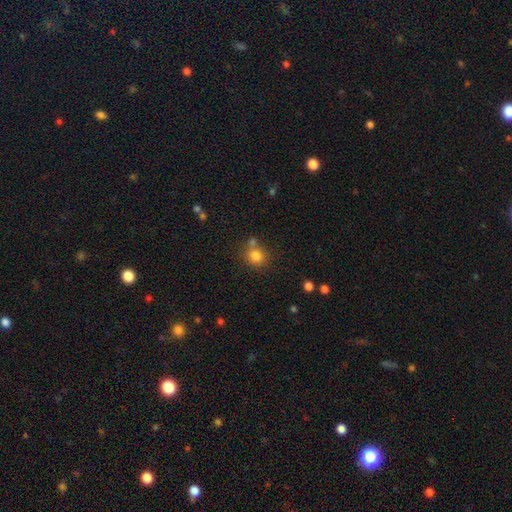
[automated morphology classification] The model was most divided on "merging": none: 65%, merger: 21%, minor disturbance: 10%, major disturbance: 4%. More confident: how rounded — round (85%); smooth or featured — smooth (81%).